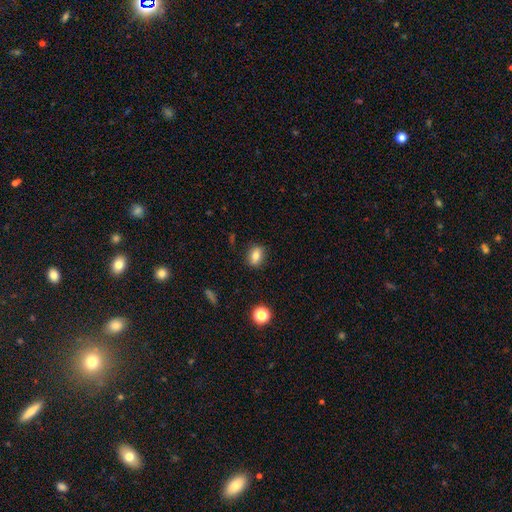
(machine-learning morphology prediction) smooth_or_featured: smooth (p=0.77) [alt: featured or disk p=0.12]
how_rounded: in between (p=0.67) [alt: round p=0.30]
merging: none (p=0.86) [alt: minor disturbance p=0.10]